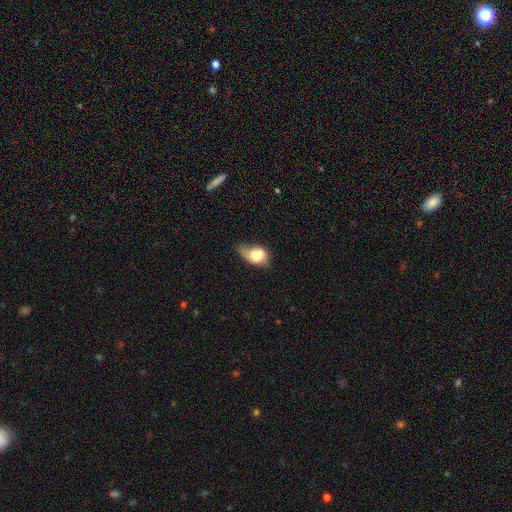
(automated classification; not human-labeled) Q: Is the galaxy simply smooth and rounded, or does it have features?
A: smooth — 63%.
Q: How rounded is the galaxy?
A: in between — 80%.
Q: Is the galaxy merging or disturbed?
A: minor disturbance — 33%.